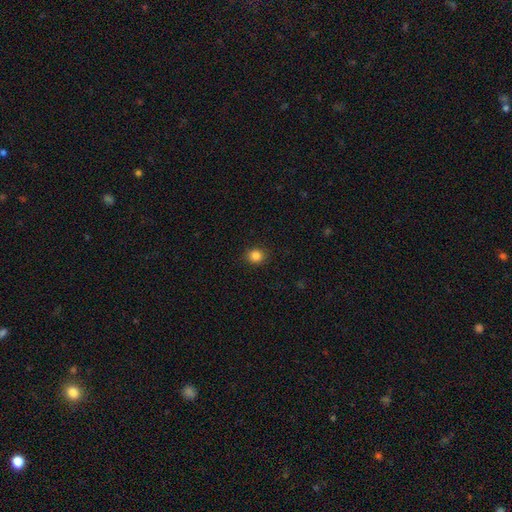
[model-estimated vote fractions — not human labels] Smooth or featured? smooth (85%)
How rounded? round (80%)
Merging? none (90%)